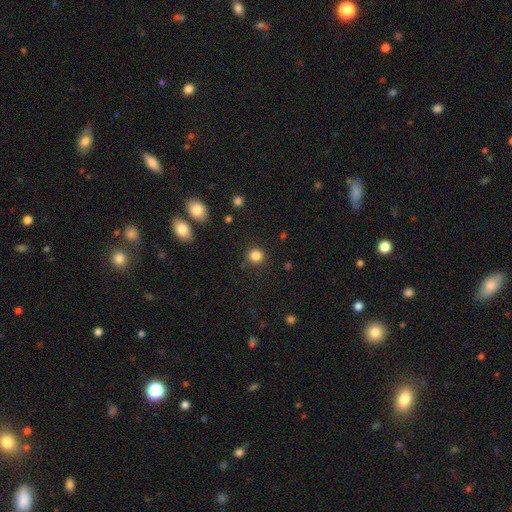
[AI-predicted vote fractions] Morphology: type=smooth (84%); roundness=round (92%); merging=none (88%).